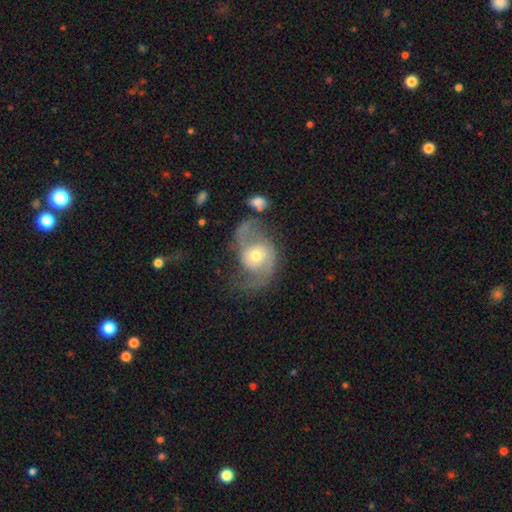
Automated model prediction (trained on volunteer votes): Smooth or featured? Predicted: featured or disk (p=0.81). Edge-on disk? Predicted: no (p=0.97). Bar? Predicted: no (p=0.67). Spiral arms? Predicted: yes (p=0.93). Spiral winding? Predicted: medium (p=0.44). Spiral arm count? Predicted: 2 (p=0.88). Bulge size? Predicted: moderate (p=0.58). Merging? Predicted: none (p=0.55).